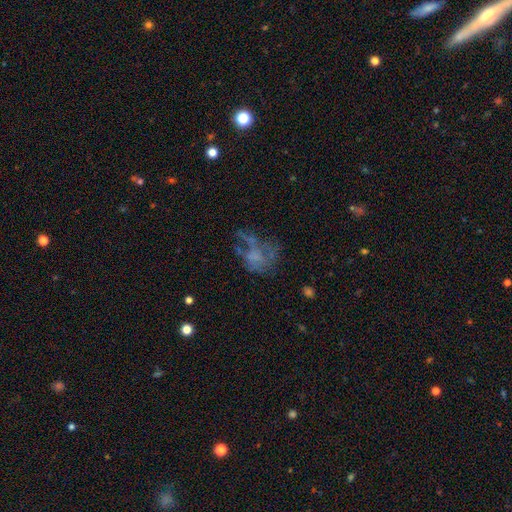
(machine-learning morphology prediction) This is possibly a featured or disk galaxy (48%). Merging: marginally major disturbance (43%).